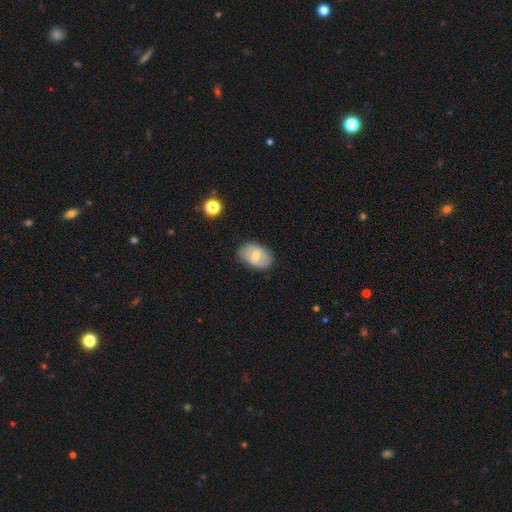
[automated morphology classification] A featured or disk galaxy (47%).

Vote fractions:
- Smooth or featured? featured or disk: 47% / smooth: 46% / star or artifact: 7%
- Merging? none: 79% / minor disturbance: 16% / major disturbance: 4% / merger: 1%